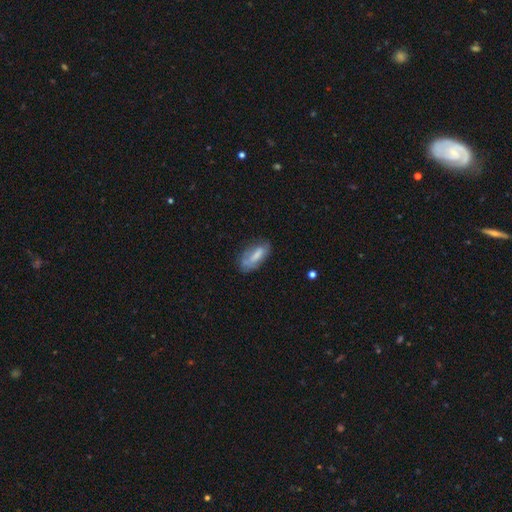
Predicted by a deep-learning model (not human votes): A smooth galaxy with no disk features (67%) that is in between round and cigar-shaped (73%).

Vote fractions:
- Smooth or featured? smooth: 67% / featured or disk: 25% / star or artifact: 8%
- How rounded? in between: 73% / cigar-shaped: 25% / round: 2%
- Merging? none: 56% / minor disturbance: 28% / major disturbance: 12% / merger: 4%